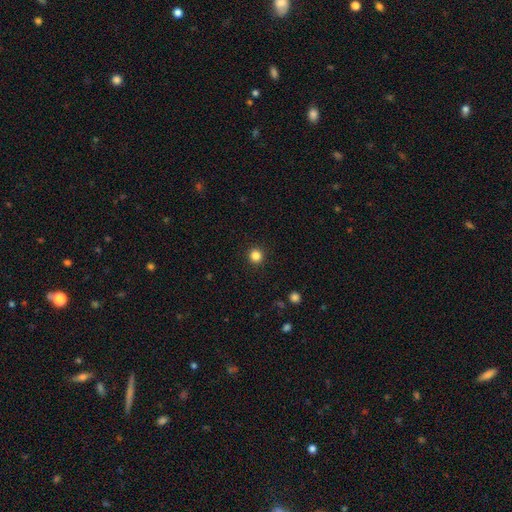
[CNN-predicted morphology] The model was most divided on "smooth or featured": smooth: 85%, star or artifact: 12%, featured or disk: 3%. More confident: how rounded — round (94%); merging — none (93%).